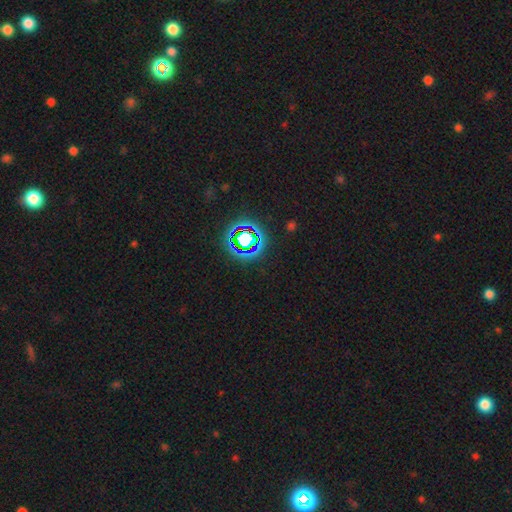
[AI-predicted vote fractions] The model was most divided on "smooth or featured": star or artifact: 75%, smooth: 17%, featured or disk: 8%.